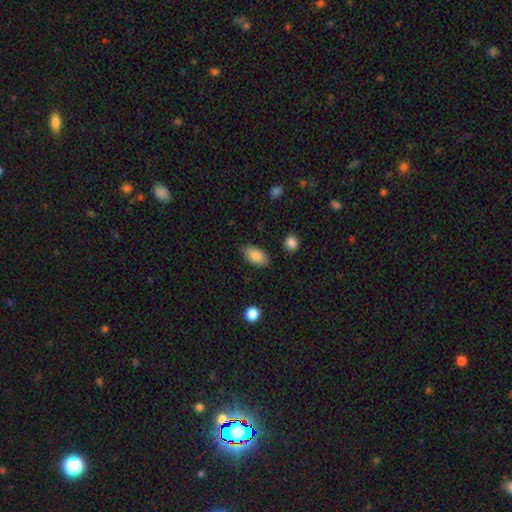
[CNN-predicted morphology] Smooth or featured?
  - smooth: 86% *
  - featured or disk: 7%
  - star or artifact: 7%
How rounded?
  - in between: 93% *
  - cigar-shaped: 4%
  - round: 3%
Merging?
  - none: 84% *
  - minor disturbance: 11%
  - major disturbance: 3%
  - merger: 2%